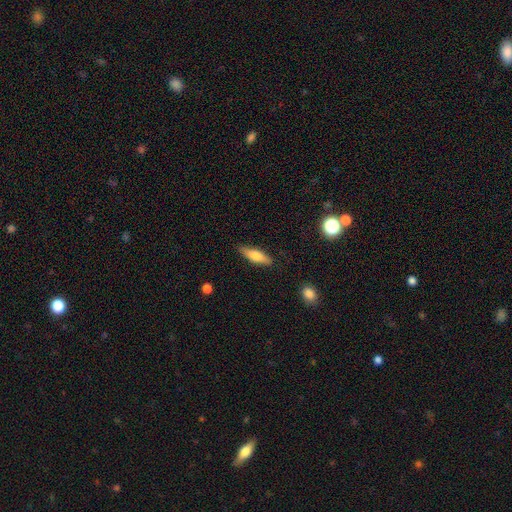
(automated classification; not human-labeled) smooth_or_featured: smooth (p=0.66) [alt: featured or disk p=0.27]
how_rounded: cigar-shaped (p=0.55) [alt: in between p=0.43]
merging: none (p=0.87) [alt: minor disturbance p=0.10]